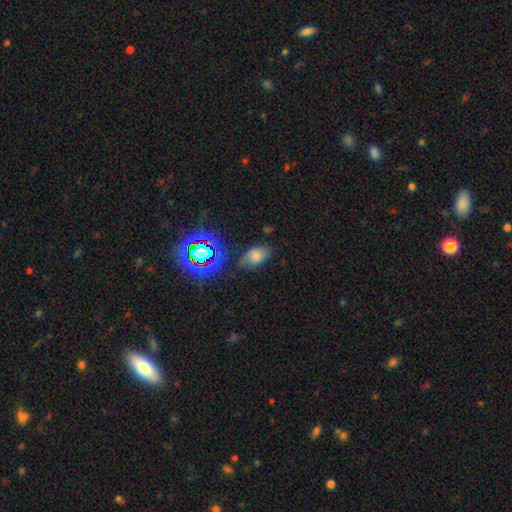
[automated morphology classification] The model was most divided on "smooth or featured": smooth: 54%, star or artifact: 31%, featured or disk: 15%. More confident: how rounded — in between (87%); merging — none (70%).